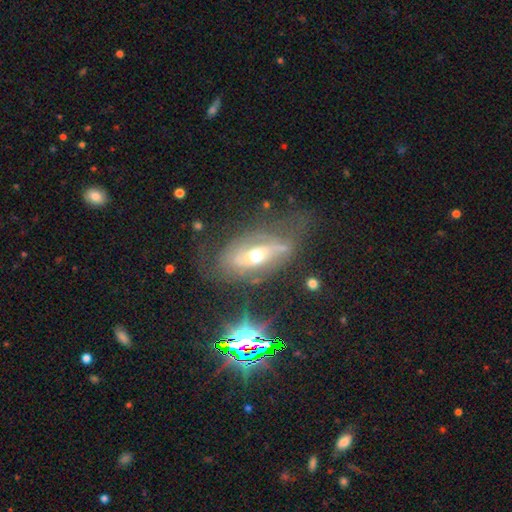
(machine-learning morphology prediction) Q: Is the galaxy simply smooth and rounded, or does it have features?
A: featured or disk — 70%.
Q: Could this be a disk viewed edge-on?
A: no — 85%.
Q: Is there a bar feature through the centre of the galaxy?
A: no — 52%.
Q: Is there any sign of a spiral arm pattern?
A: yes — 68%.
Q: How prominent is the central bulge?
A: moderate — 70%.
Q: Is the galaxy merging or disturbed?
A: none — 49%.